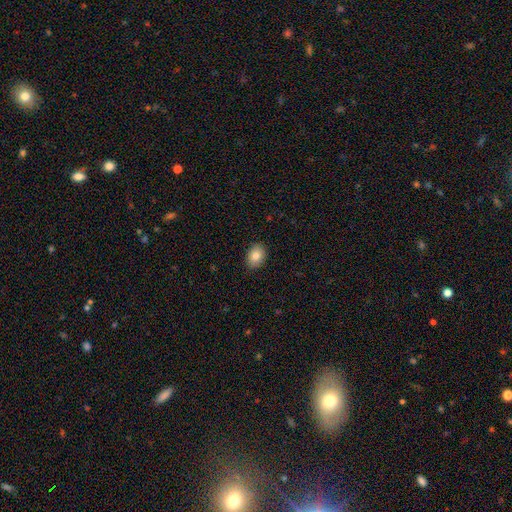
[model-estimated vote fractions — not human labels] A smooth galaxy with no disk features (83%) that is in between round and cigar-shaped (73%). Merging: none (89%).